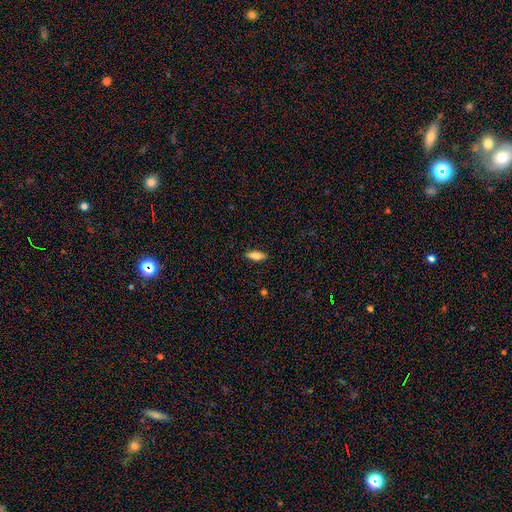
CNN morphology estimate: Smooth or featured? smooth (78%)
How rounded? in between (64%)
Merging? none (89%)